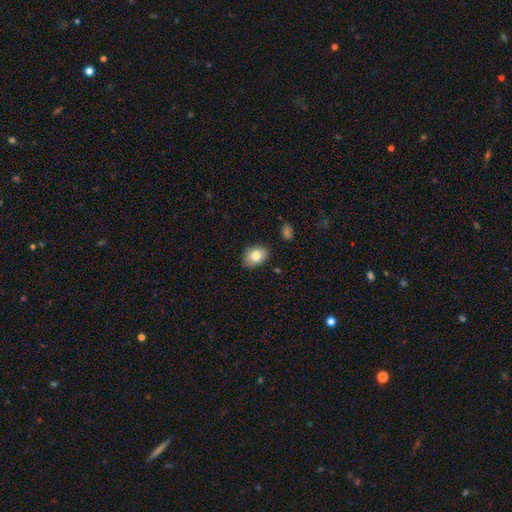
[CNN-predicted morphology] smooth 81%, featured or disk 11%, star or artifact 8%. Down the decision tree: how rounded — in between (74%); merging — none (84%).